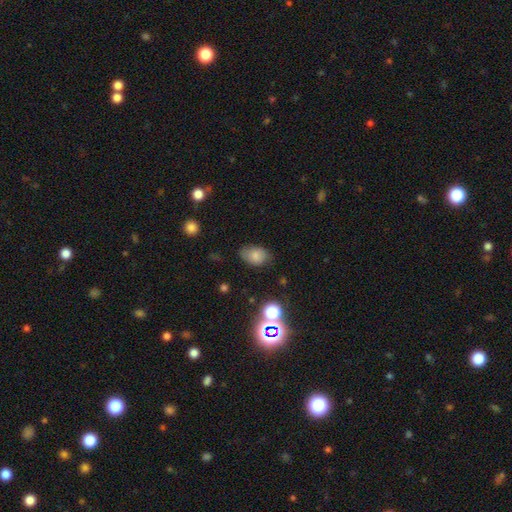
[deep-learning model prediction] smooth-or-featured: smooth: 77% | star or artifact: 12% | featured or disk: 11%
  how-rounded: in between: 83% | round: 16% | cigar-shaped: 1%
  merging: none: 71% | minor disturbance: 22% | major disturbance: 5% | merger: 2%